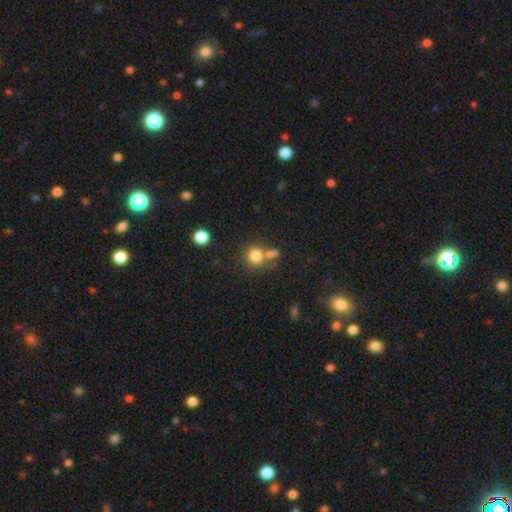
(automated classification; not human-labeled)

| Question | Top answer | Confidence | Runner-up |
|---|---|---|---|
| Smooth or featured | smooth | 80% | star or artifact (12%) |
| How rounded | round | 89% | in between (10%) |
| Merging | none | 57% | merger (28%) |